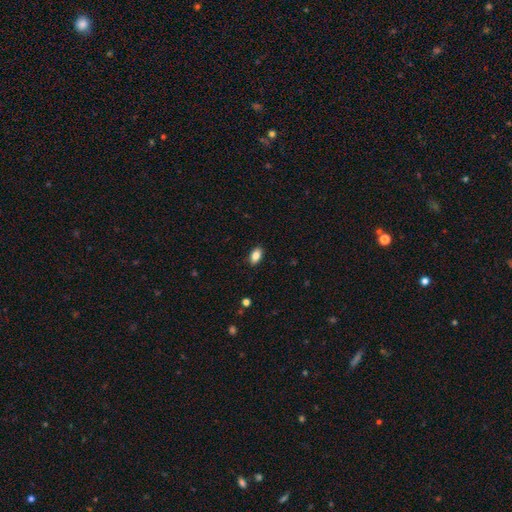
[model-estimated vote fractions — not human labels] Q: Smooth or featured?
A: smooth (86%); runner-up: star or artifact (8%)
Q: How rounded?
A: in between (91%); runner-up: round (6%)
Q: Merging?
A: none (89%); runner-up: minor disturbance (8%)